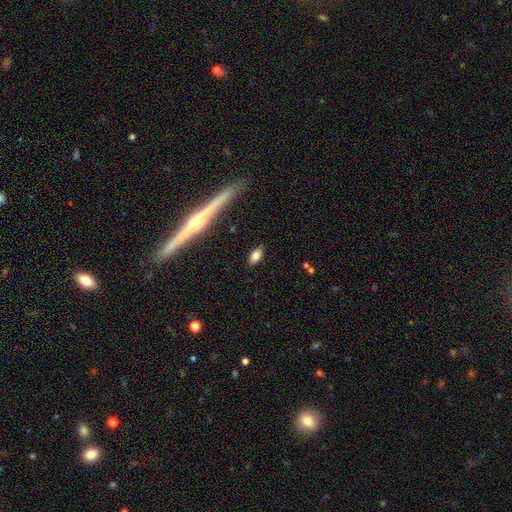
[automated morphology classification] smooth 79%, featured or disk 13%, star or artifact 9%. Down the decision tree: how rounded — in between (86%); merging — none (85%).